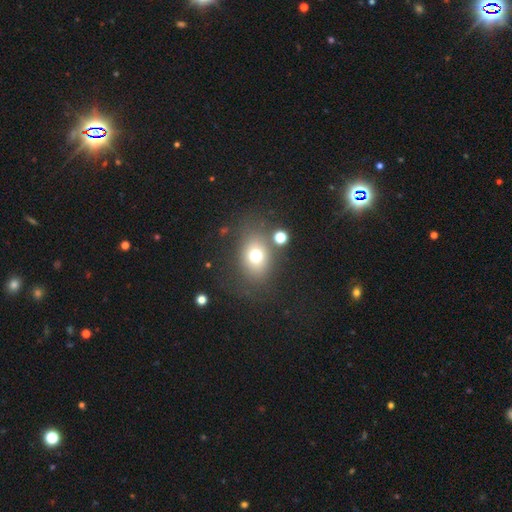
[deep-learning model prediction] smooth 69%, featured or disk 16%, star or artifact 15%. Down the decision tree: how rounded — in between (57%); merging — none (70%).